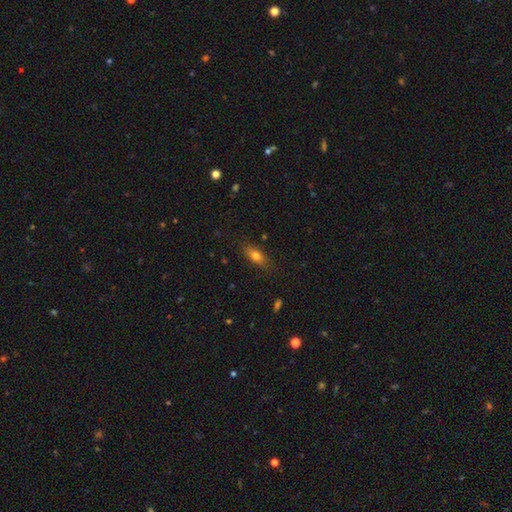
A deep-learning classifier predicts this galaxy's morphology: A smooth galaxy with no disk features (75%) that is in between round and cigar-shaped (76%). Merging: none (81%).